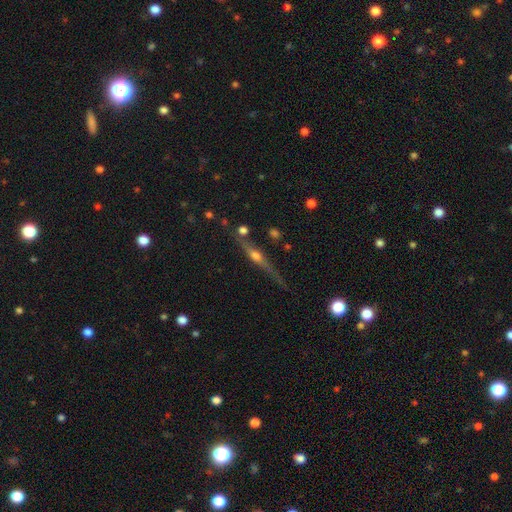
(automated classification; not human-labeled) Smooth or featured? featured or disk (75%)
Edge-on disk? yes (96%)
Edge-on bulge? rounded (90%)
Merging? none (74%)